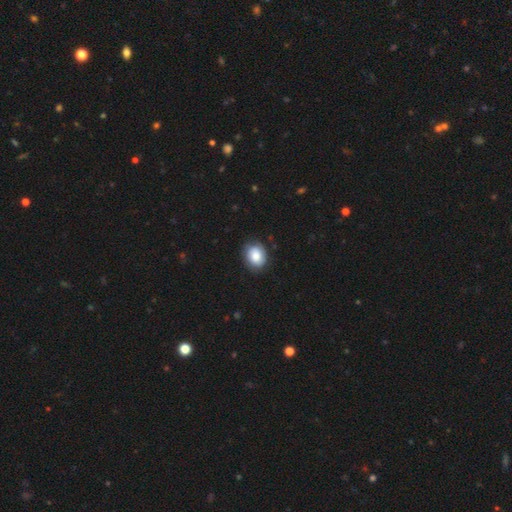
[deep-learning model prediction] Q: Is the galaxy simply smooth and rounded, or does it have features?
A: smooth — 80%.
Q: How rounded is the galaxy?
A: round — 55%.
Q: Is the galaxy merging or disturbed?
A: none — 81%.